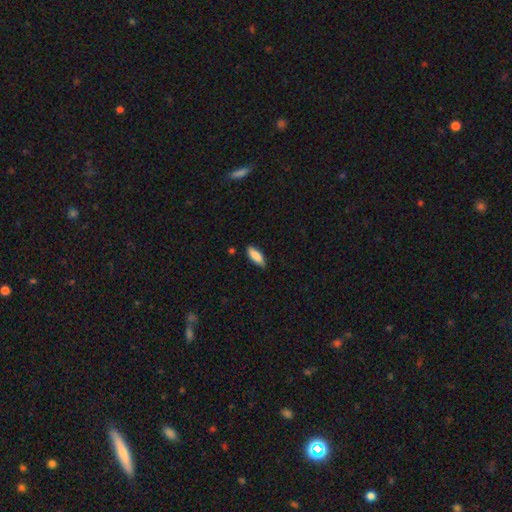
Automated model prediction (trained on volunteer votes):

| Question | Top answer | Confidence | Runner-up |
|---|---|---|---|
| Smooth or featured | smooth | 86% | featured or disk (8%) |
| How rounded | in between | 66% | cigar-shaped (32%) |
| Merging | none | 83% | minor disturbance (13%) |